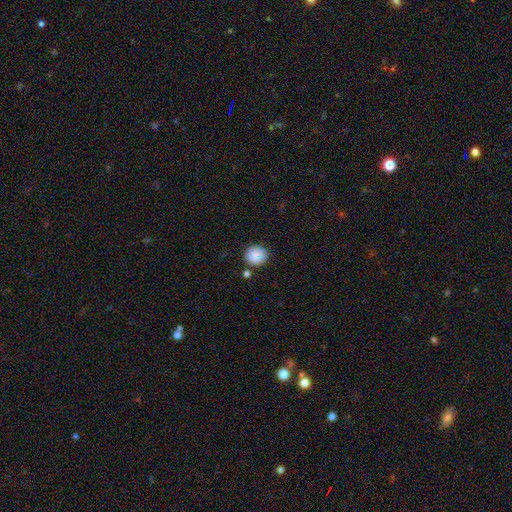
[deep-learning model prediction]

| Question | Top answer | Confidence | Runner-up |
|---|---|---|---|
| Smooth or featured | smooth | 82% | star or artifact (10%) |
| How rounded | round | 87% | in between (12%) |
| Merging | none | 81% | minor disturbance (11%) |